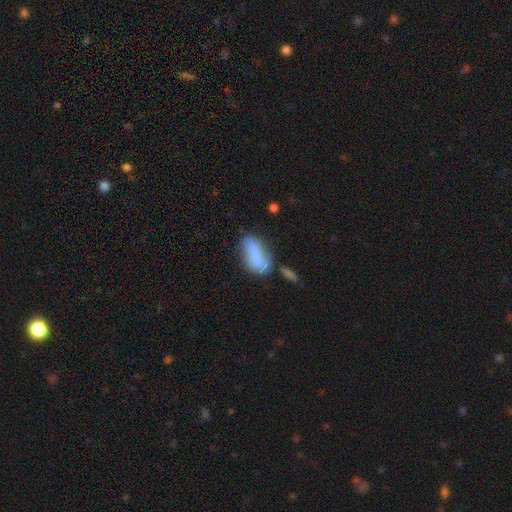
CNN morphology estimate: A smooth galaxy with no disk features (78%) that is in between round and cigar-shaped (86%). Merging: none (51%).